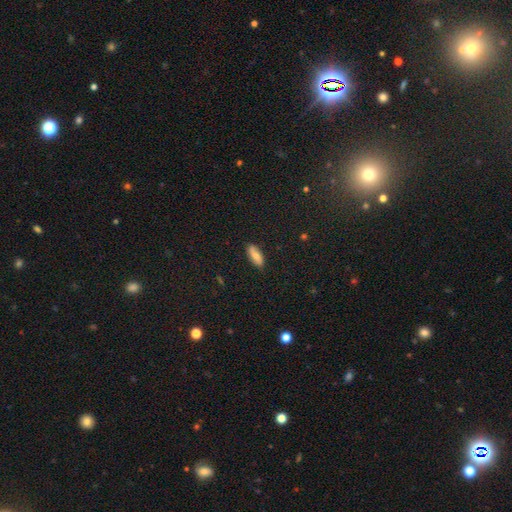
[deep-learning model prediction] Smooth or featured: smooth — 73% (featured or disk — 18%)
How rounded: in between — 75% (cigar-shaped — 22%)
Merging: none — 84% (minor disturbance — 12%)